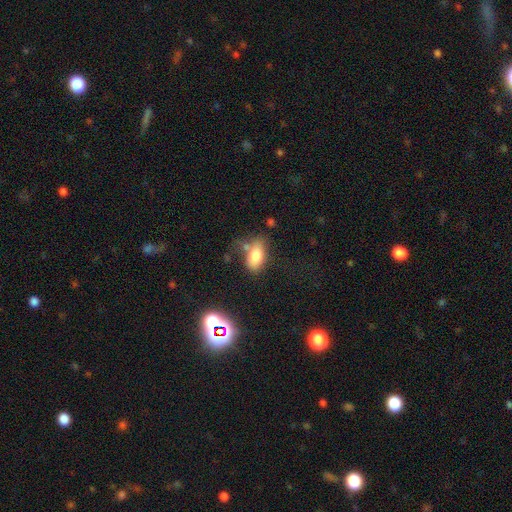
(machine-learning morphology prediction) Overall: smooth (78%). How rounded: in between (89%). Merging: none (53%; minor disturbance 23%).